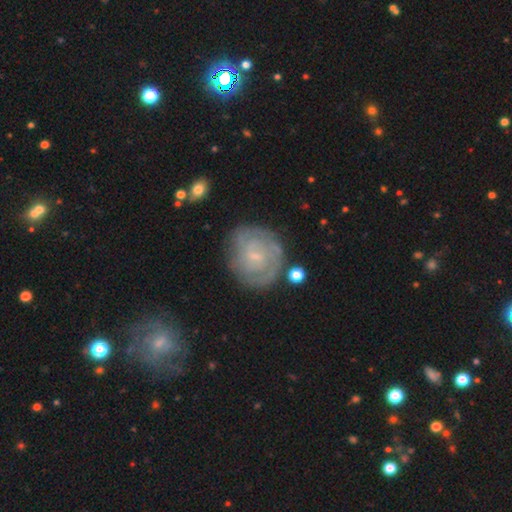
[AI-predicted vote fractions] A featured or disk galaxy (74%) with no bar (53%), tight (69%) spiral arms (91%) and a small central bulge (75%).

Vote fractions:
- Smooth or featured? featured or disk: 74% / smooth: 19% / star or artifact: 7%
- Edge-on disk? no: 98% / yes: 2%
- Bar? no: 53% / weak: 40% / strong: 7%
- Spiral arms? yes: 91% / no: 9%
- Spiral winding? tight: 69% / medium: 24% / loose: 7%
- Spiral arm count? can't tell: 36% / 2: 33% / 3: 15% / 4: 6% / 1: 5% / more than 4: 5%
- Bulge size? small: 75% / moderate: 13% / none: 10% / large: 1% / dominant: 1%
- Merging? none: 78% / minor disturbance: 15% / major disturbance: 5% / merger: 3%